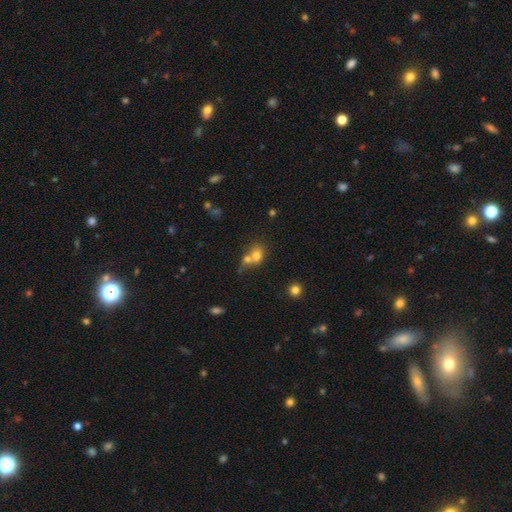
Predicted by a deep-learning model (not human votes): Q: Smooth or featured?
A: smooth (72%); runner-up: featured or disk (15%)
Q: How rounded?
A: round (62%); runner-up: in between (36%)
Q: Merging?
A: merger (55%); runner-up: none (32%)